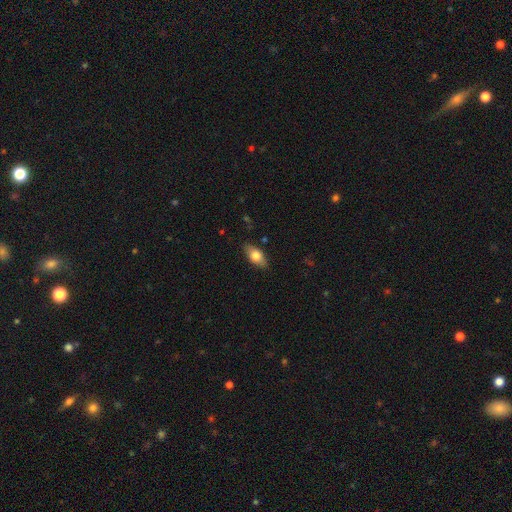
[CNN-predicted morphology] Smooth or featured? Predicted: smooth (p=0.73). How rounded? Predicted: in between (p=0.88). Merging? Predicted: none (p=0.85).